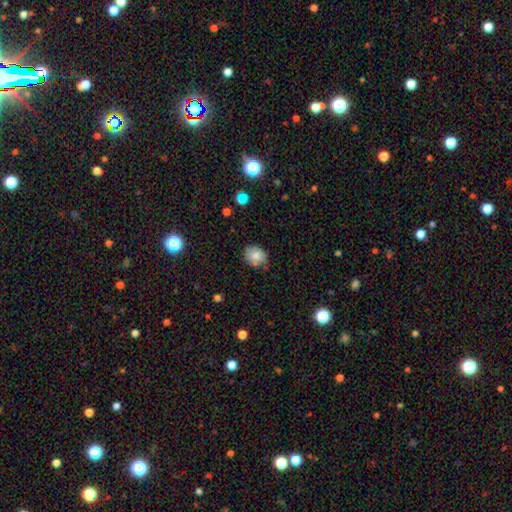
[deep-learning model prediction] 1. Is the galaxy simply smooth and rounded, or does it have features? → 82% smooth, 9% star or artifact, 9% featured or disk.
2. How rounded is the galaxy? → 50% round, 49% in between, 1% cigar-shaped.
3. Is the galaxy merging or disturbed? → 71% none, 22% minor disturbance, 4% major disturbance, 4% merger.